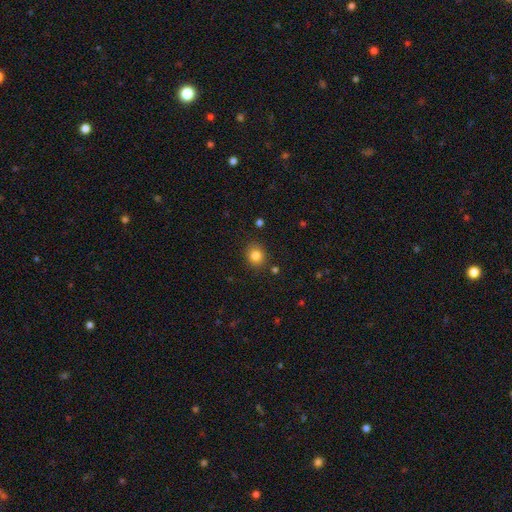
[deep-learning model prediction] Smooth or featured? Predicted: smooth (p=0.83). How rounded? Predicted: round (p=0.76). Merging? Predicted: none (p=0.87).